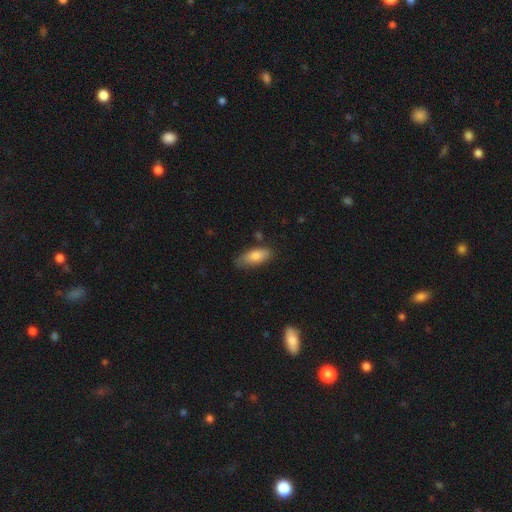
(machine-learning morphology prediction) Q: Smooth or featured?
A: smooth (80%); runner-up: featured or disk (13%)
Q: How rounded?
A: in between (79%); runner-up: cigar-shaped (18%)
Q: Merging?
A: none (71%); runner-up: minor disturbance (22%)